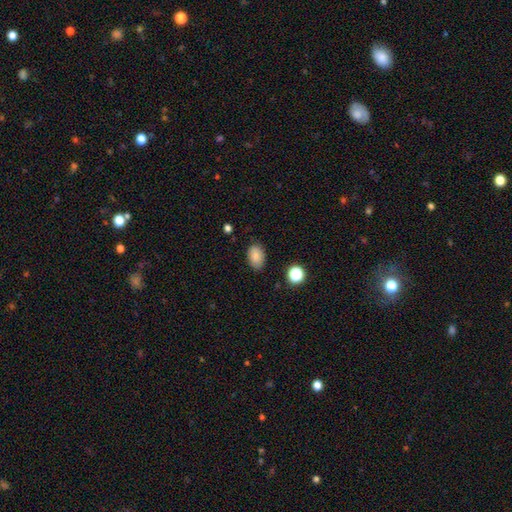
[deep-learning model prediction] A smooth galaxy with no disk features (84%) that is in between round and cigar-shaped (84%). Merging: none (82%).